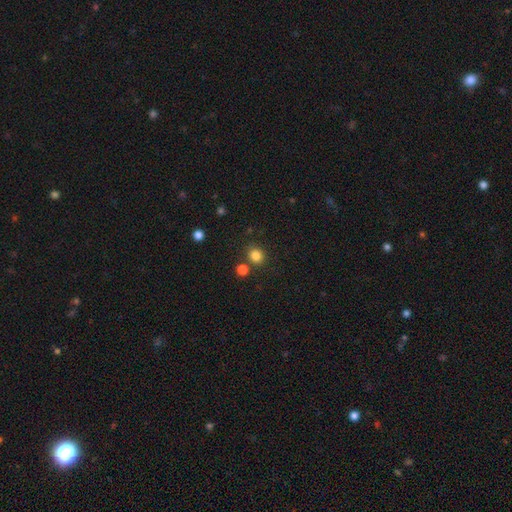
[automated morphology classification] smooth-or-featured: smooth: 83% | star or artifact: 13% | featured or disk: 5%
  how-rounded: round: 79% | in between: 20% | cigar-shaped: 1%
  merging: none: 79% | merger: 9% | minor disturbance: 8% | major disturbance: 3%